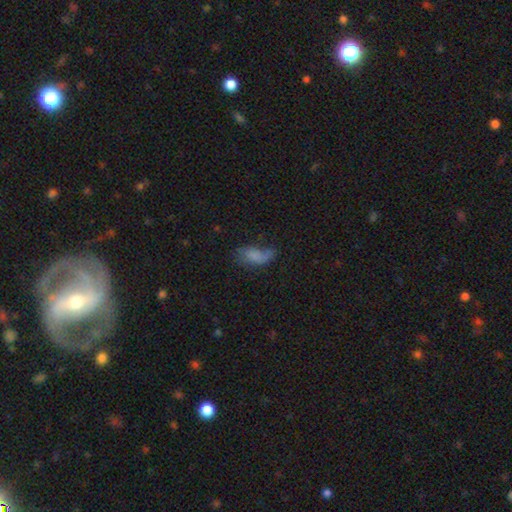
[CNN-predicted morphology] Smooth or featured?
  - smooth: 62% *
  - featured or disk: 26%
  - star or artifact: 11%
How rounded?
  - in between: 88% *
  - cigar-shaped: 8%
  - round: 4%
Merging?
  - none: 37% *
  - minor disturbance: 29%
  - major disturbance: 29%
  - merger: 5%